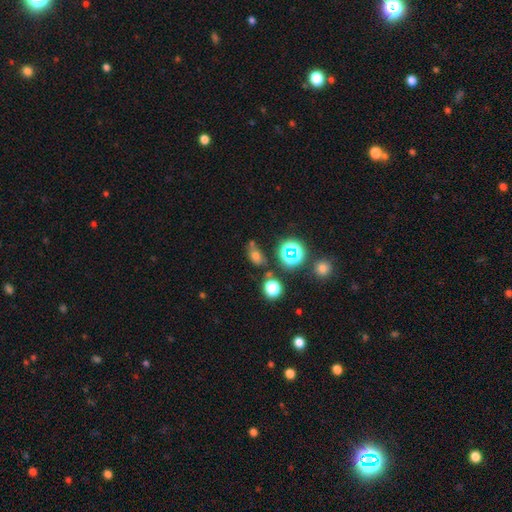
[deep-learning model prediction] This appears to be a smooth galaxy with no disk features (55%) that is in between round and cigar-shaped (69%). Merging: none (59%).